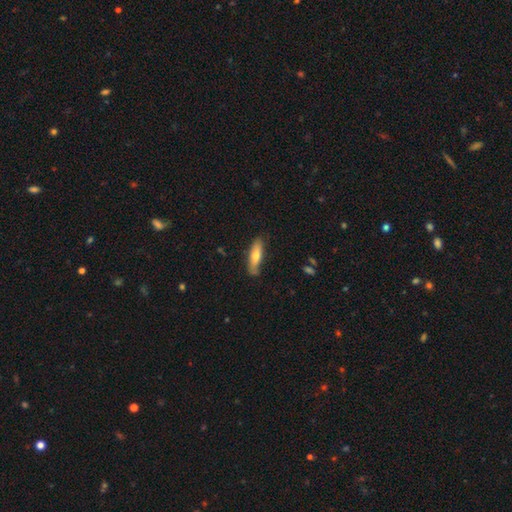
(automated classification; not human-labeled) Morphology: type=smooth (64%); roundness=cigar-shaped (63%); merging=none (78%).